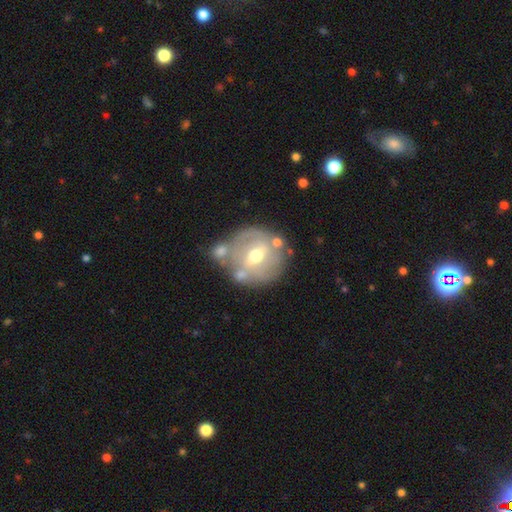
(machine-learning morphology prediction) Overall: featured or disk (67%). Edge-on disk: no (96%). Bar: weak (49%; no 29%). Spiral arms: yes (55%; no 45%). Bulge size: moderate (72%). Merging: none (60%).